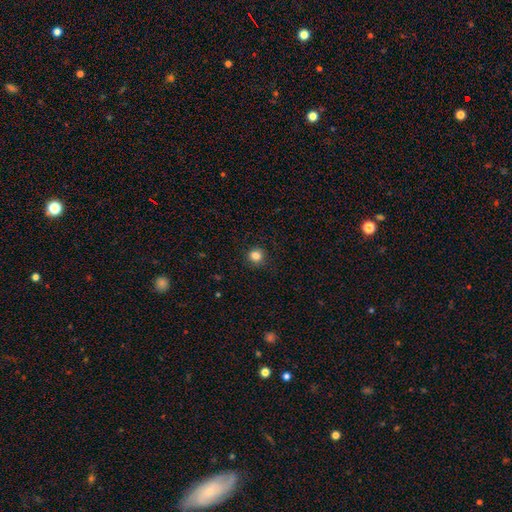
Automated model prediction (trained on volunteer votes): Q: Smooth or featured?
A: smooth (84%); runner-up: star or artifact (12%)
Q: How rounded?
A: round (92%); runner-up: in between (7%)
Q: Merging?
A: none (89%); runner-up: minor disturbance (8%)